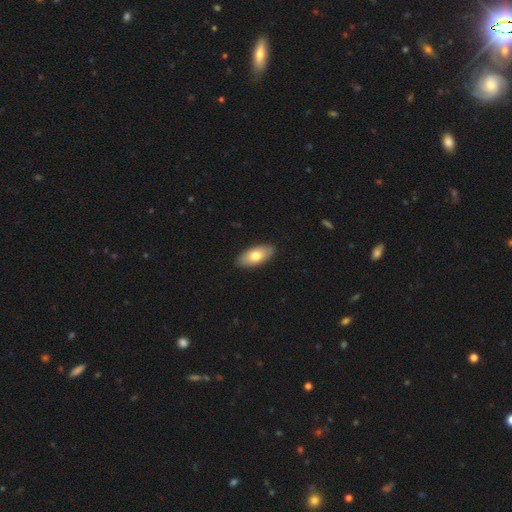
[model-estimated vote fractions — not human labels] A smooth galaxy with no disk features (74%) that is in between round and cigar-shaped (92%). Merging: none (89%).